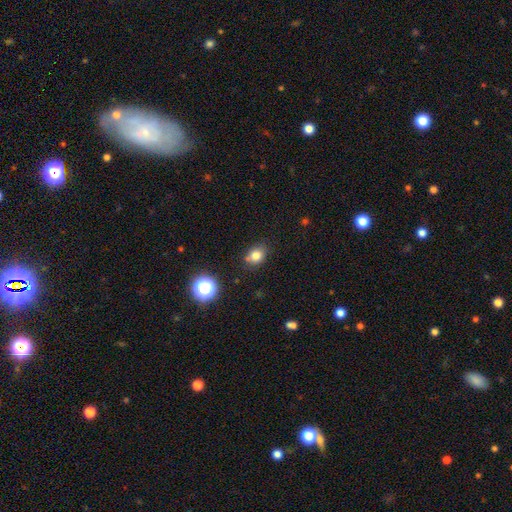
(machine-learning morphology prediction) Smooth or featured?
  - smooth: 79% *
  - star or artifact: 13%
  - featured or disk: 7%
How rounded?
  - round: 54% *
  - in between: 45%
  - cigar-shaped: 1%
Merging?
  - none: 76% *
  - minor disturbance: 15%
  - merger: 5%
  - major disturbance: 3%